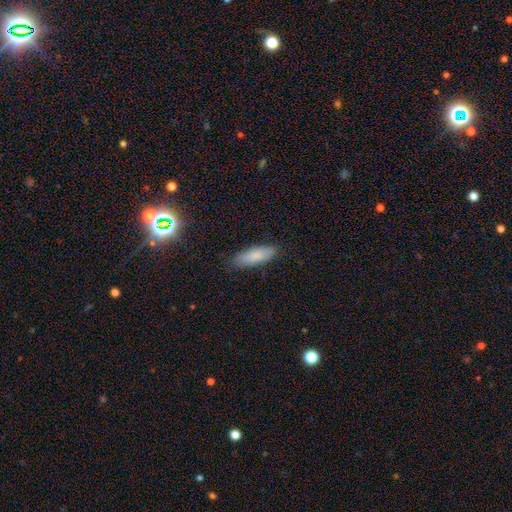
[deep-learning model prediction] Morphology: type=smooth (82%); roundness=in between (53%); merging=none (84%).